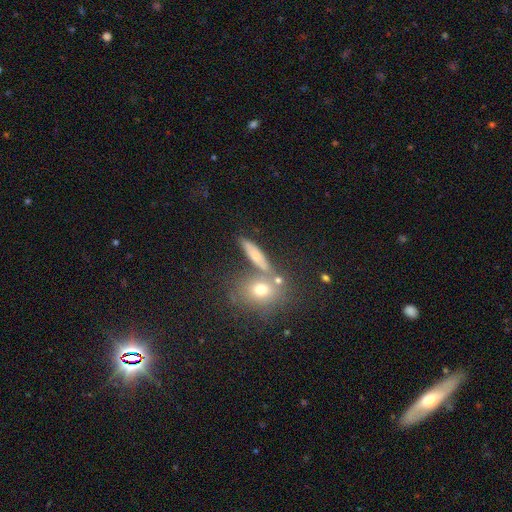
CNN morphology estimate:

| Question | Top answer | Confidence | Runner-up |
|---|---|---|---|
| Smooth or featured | smooth | 61% | featured or disk (27%) |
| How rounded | cigar-shaped | 49% | in between (31%) |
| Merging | none | 65% | merger (17%) |